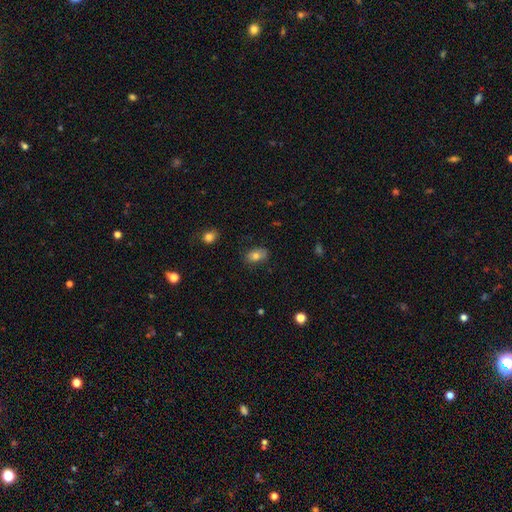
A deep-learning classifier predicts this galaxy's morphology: smooth-or-featured: smooth: 75% | featured or disk: 16% | star or artifact: 10%
  how-rounded: in between: 87% | round: 12% | cigar-shaped: 2%
  merging: none: 76% | minor disturbance: 19% | major disturbance: 4% | merger: 2%